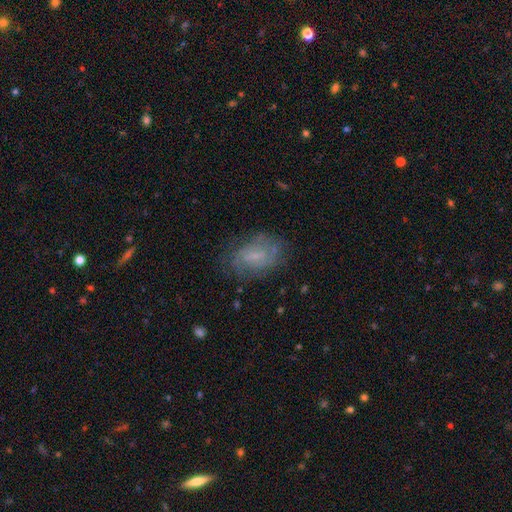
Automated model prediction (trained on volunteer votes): Smooth or featured? Predicted: featured or disk (p=0.50). Edge-on disk? Predicted: no (p=0.95). Merging? Predicted: none (p=0.67).